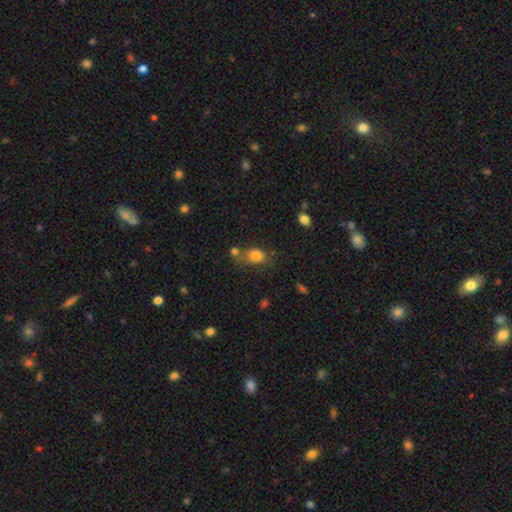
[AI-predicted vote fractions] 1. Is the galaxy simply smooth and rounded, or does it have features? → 81% smooth, 11% star or artifact, 8% featured or disk.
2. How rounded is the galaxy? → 63% in between, 35% round, 2% cigar-shaped.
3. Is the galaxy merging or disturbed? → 45% none, 23% minor disturbance, 21% merger, 11% major disturbance.